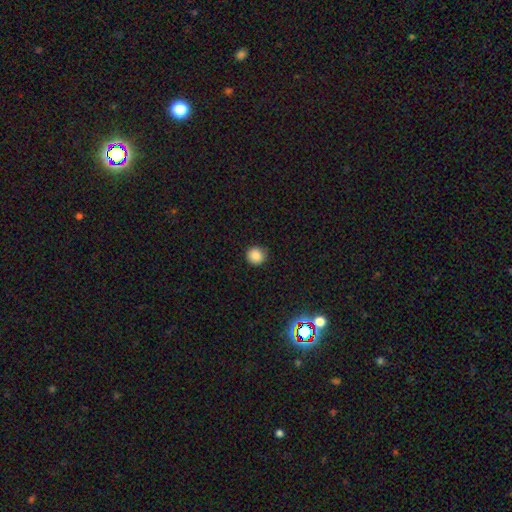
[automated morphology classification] This appears to be a smooth galaxy with no disk features (86%) that is round (94%). Merging: none (89%).